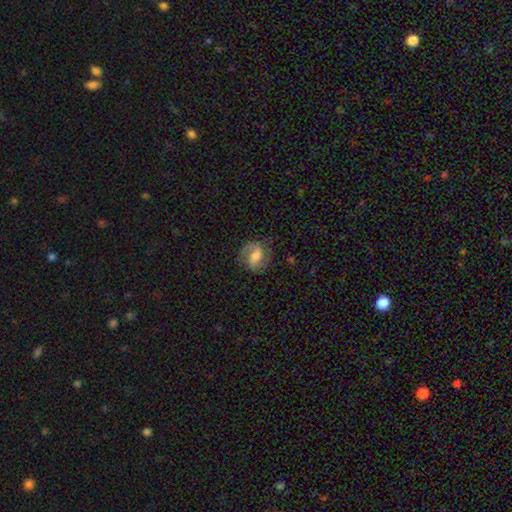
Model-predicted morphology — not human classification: smooth_or_featured: featured or disk (p=0.70) [alt: smooth p=0.23]
disk_edge_on: no (p=0.97) [alt: yes p=0.03]
bar: weak (p=0.46) [alt: strong p=0.30]
has_spiral_arms: yes (p=0.93) [alt: no p=0.07]
spiral_winding: medium (p=0.49) [alt: loose p=0.26]
spiral_arm_count: 2 (p=0.74) [alt: 1 p=0.18]
bulge_size: moderate (p=0.46) [alt: small p=0.24]
merging: none (p=0.70) [alt: minor disturbance p=0.18]